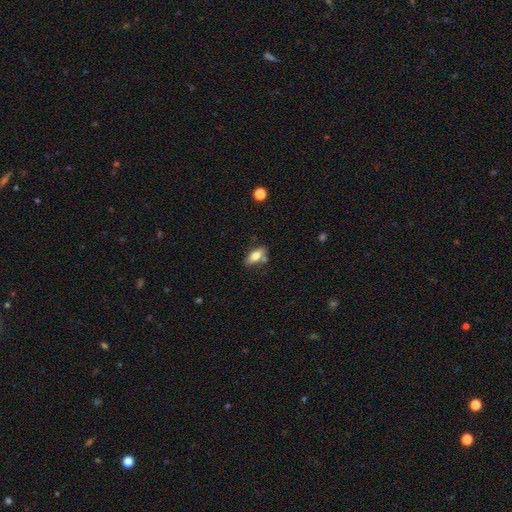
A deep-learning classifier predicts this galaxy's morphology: smooth 75%, featured or disk 17%, star or artifact 7%. Down the decision tree: how rounded — in between (84%); merging — none (67%).